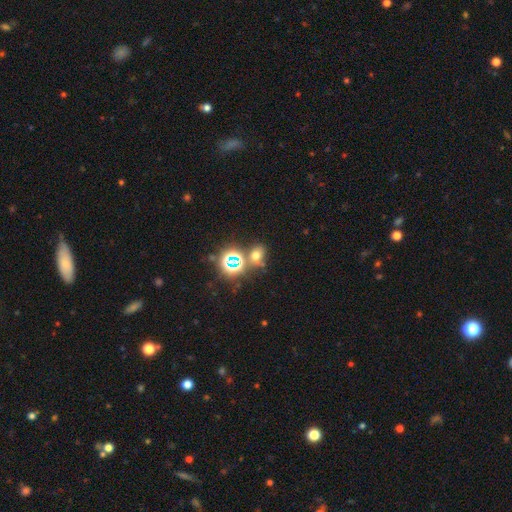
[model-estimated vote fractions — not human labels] Smooth or featured: smooth — 52% (star or artifact — 37%)
How rounded: round — 50% (in between — 48%)
Merging: none — 68% (merger — 15%)